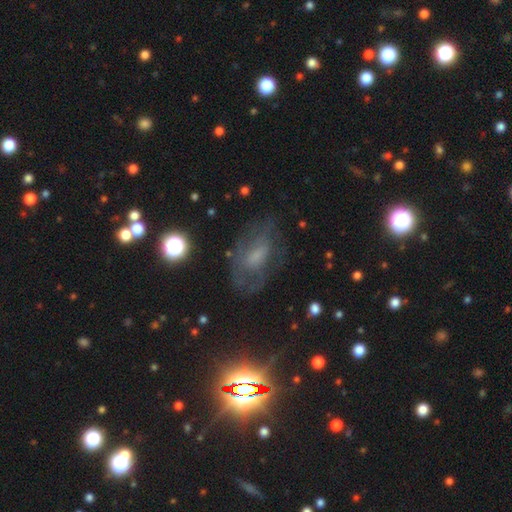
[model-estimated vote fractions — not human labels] smooth-or-featured: featured or disk: 52% | smooth: 30% | star or artifact: 18%
  disk-edge-on: no: 92% | yes: 8%
  merging: none: 59% | minor disturbance: 21% | major disturbance: 18% | merger: 2%